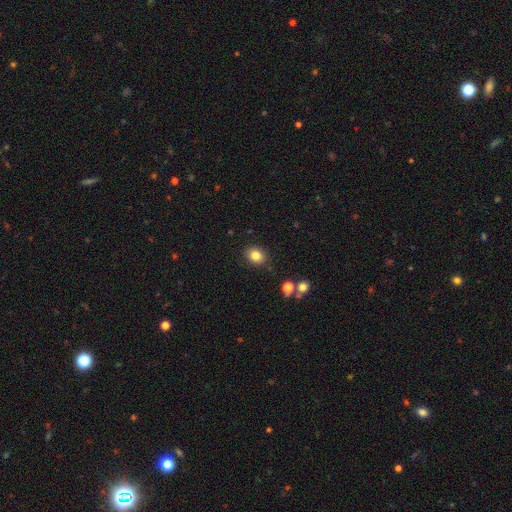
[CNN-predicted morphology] This is clearly a smooth galaxy (82%). How rounded: possibly round (58%). Merging: clearly none (86%).